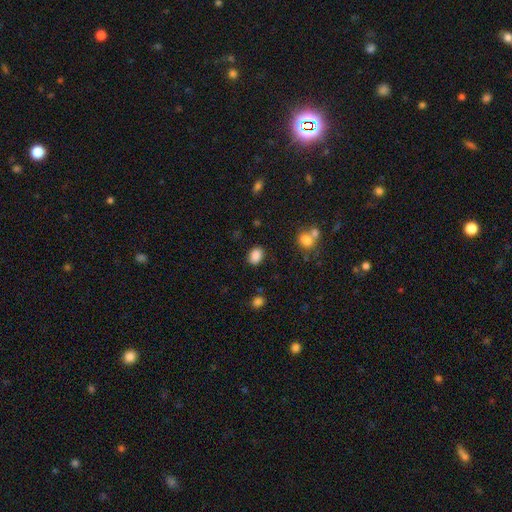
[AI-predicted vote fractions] Smooth or featured? Predicted: smooth (p=0.87). How rounded? Predicted: in between (p=0.69). Merging? Predicted: none (p=0.84).